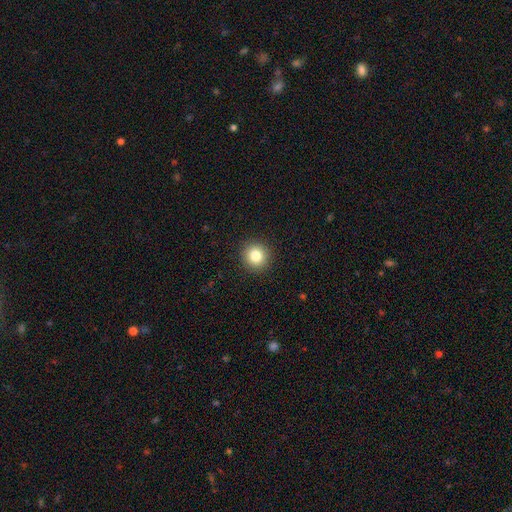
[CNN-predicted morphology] This is clearly a smooth galaxy (82%). How rounded: clearly round (93%). Merging: clearly none (92%).